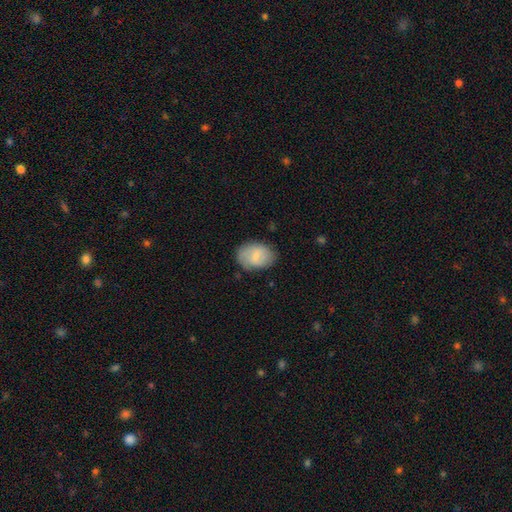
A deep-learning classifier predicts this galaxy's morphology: smooth_or_featured: smooth (p=0.63) [alt: featured or disk p=0.30]
how_rounded: in between (p=0.74) [alt: round p=0.25]
merging: none (p=0.73) [alt: minor disturbance p=0.21]